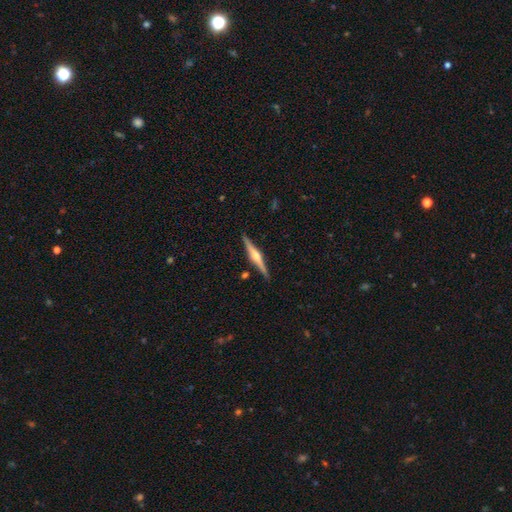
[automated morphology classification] Smooth or featured: featured or disk — 77% (smooth — 18%)
Edge-on disk: yes — 98% (no — 2%)
Edge-on bulge: rounded — 86% (boxy — 10%)
Merging: none — 90% (minor disturbance — 7%)